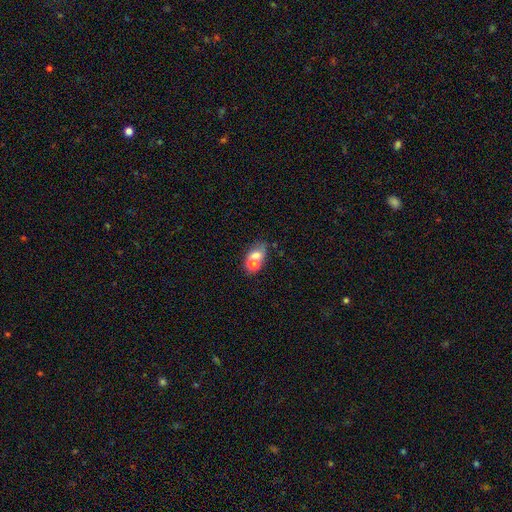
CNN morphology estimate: smooth_or_featured: smooth (p=0.63) [alt: featured or disk p=0.26]
how_rounded: in between (p=0.63) [alt: round p=0.35]
merging: merger (p=0.54) [alt: none p=0.29]